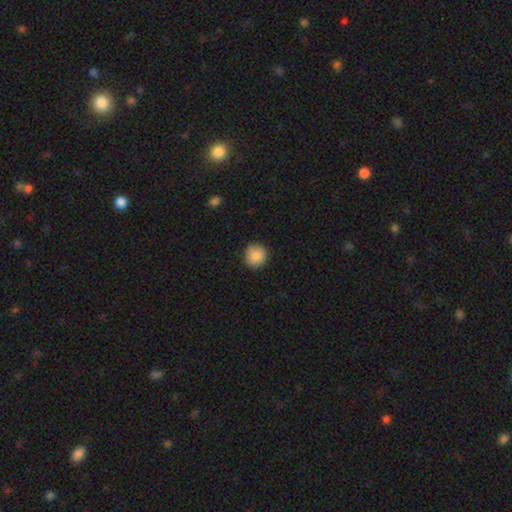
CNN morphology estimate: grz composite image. It shows a smooth galaxy with no disk features (87%) that is round (94%). Merging: none (90%).